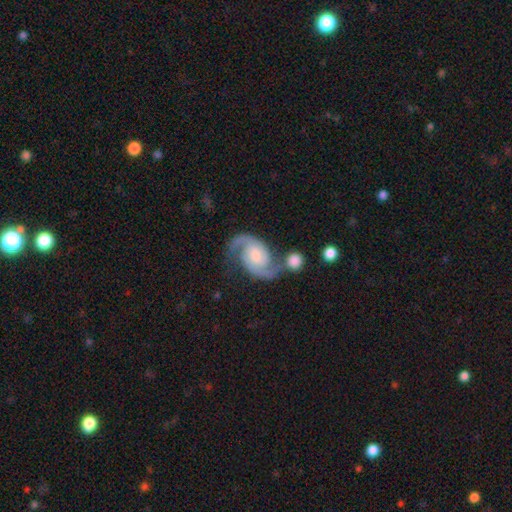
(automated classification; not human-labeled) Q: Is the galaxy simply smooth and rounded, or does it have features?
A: featured or disk — 90%.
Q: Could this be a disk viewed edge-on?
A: no — 98%.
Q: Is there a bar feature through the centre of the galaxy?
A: no — 59%.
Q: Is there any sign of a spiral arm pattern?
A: yes — 98%.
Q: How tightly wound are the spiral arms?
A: medium — 56%.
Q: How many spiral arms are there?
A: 2 — 94%.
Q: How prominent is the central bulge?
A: moderate — 48%.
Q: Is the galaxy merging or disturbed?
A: none — 53%.